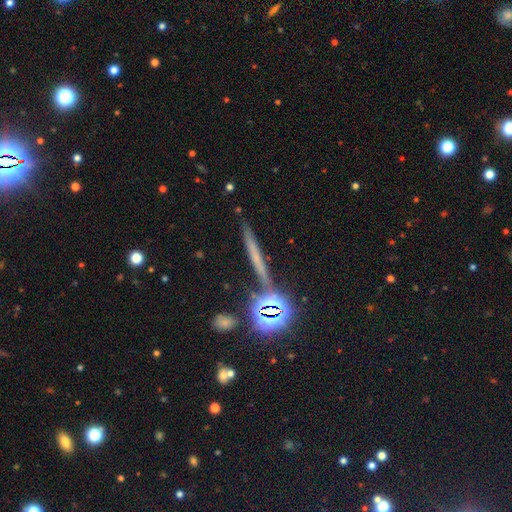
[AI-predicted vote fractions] The model was most divided on "smooth or featured" (2-way tie): star or artifact: 34%, smooth: 34%, featured or disk: 32%.